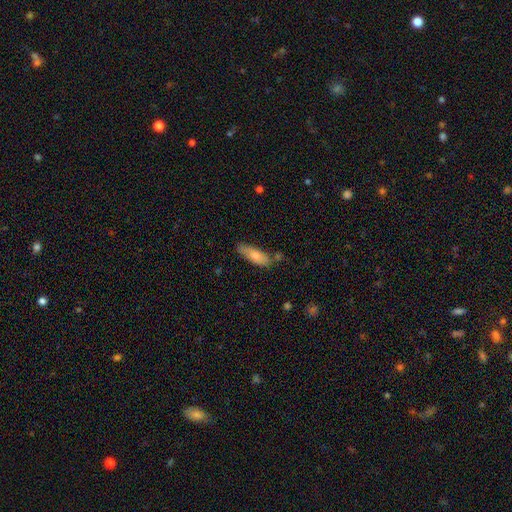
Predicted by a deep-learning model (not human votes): Morphology: type=smooth (73%); roundness=in between (55%); merging=none (69%).